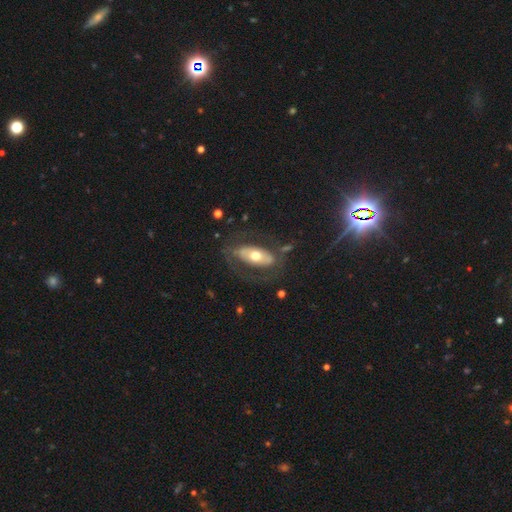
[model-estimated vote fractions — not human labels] Overall: featured or disk (54%; smooth 40%). Edge-on disk: no (85%). Merging: none (67%).